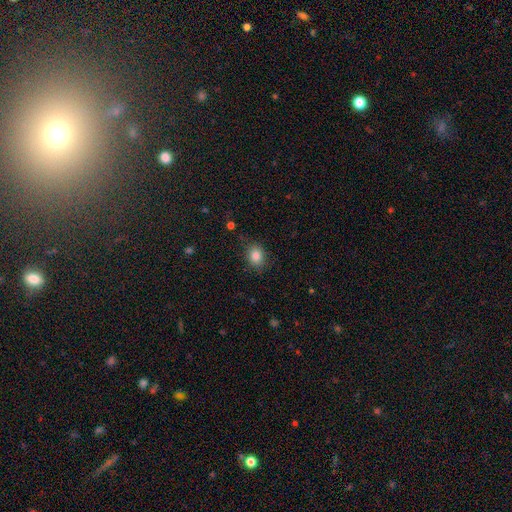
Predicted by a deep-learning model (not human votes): Morphology: type=smooth (85%); roundness=in between (51%); merging=none (81%).